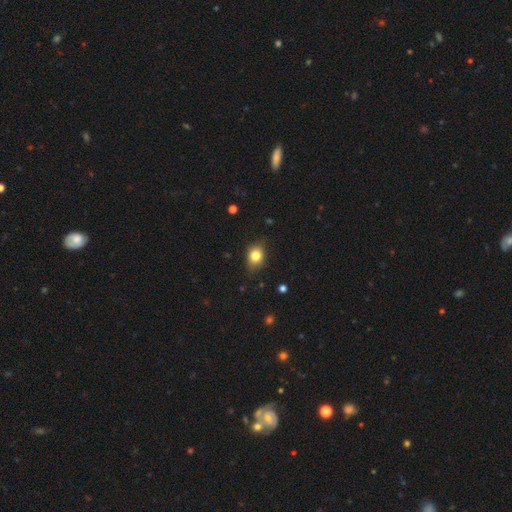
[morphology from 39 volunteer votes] A smooth galaxy with no disk features (85%) that is in between round and cigar-shaped (58%).

Vote fractions:
- Smooth or featured? smooth: 85% / star or artifact: 10% / featured or disk: 5%
- How rounded? in between: 58% / round: 39% / cigar-shaped: 3%
- Merging? none: 69% / minor disturbance: 23% / major disturbance: 6% / merger: 3%